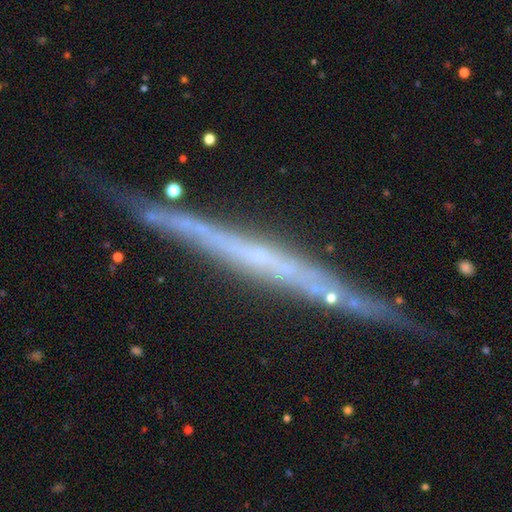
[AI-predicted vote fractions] Morphology: type=featured or disk (73%); edge-on=yes (95%); edge-on bulge=none (79%); merging=none (79%).